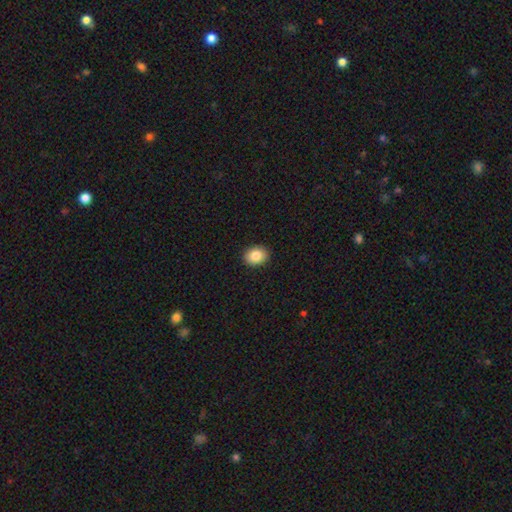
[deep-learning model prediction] This appears to be a smooth galaxy with no disk features (85%) that is in between round and cigar-shaped (58%). Merging: none (91%).